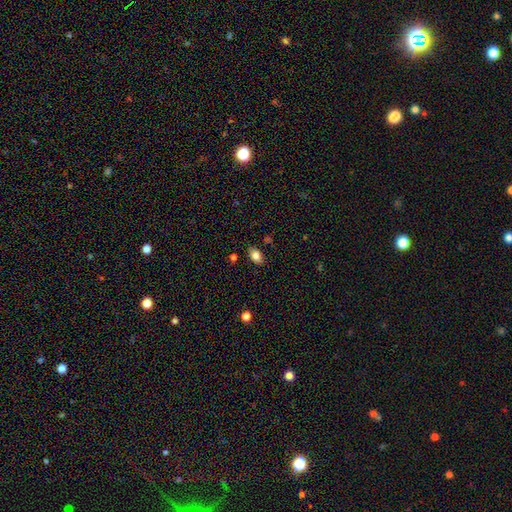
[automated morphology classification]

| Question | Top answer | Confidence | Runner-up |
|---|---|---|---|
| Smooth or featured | smooth | 83% | star or artifact (9%) |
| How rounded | in between | 87% | round (11%) |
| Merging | none | 84% | minor disturbance (12%) |